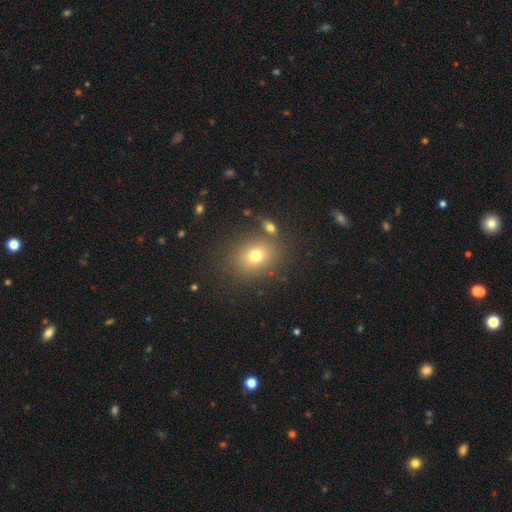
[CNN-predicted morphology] A smooth galaxy with no disk features (73%) that is round (54%).

Vote fractions:
- Smooth or featured? smooth: 73% / star or artifact: 15% / featured or disk: 12%
- How rounded? round: 54% / in between: 45% / cigar-shaped: 1%
- Merging? none: 76% / minor disturbance: 11% / merger: 8% / major disturbance: 5%